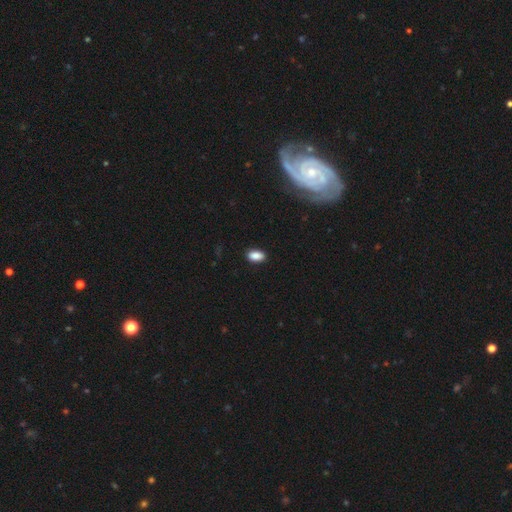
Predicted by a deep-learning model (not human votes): smooth 87%, star or artifact 8%, featured or disk 4%. Down the decision tree: how rounded — in between (91%); merging — none (87%).